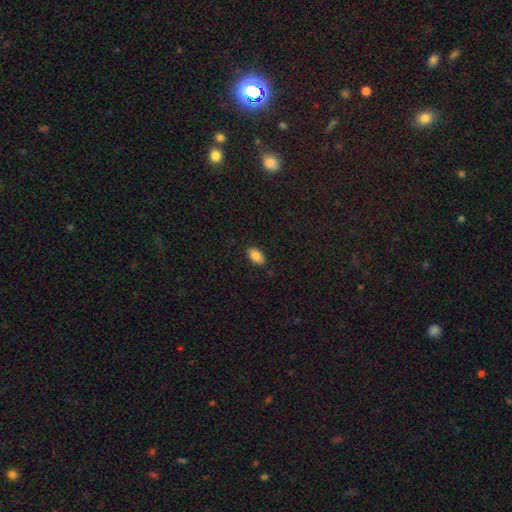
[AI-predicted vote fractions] Morphology: type=smooth (87%); roundness=in between (94%); merging=none (87%).